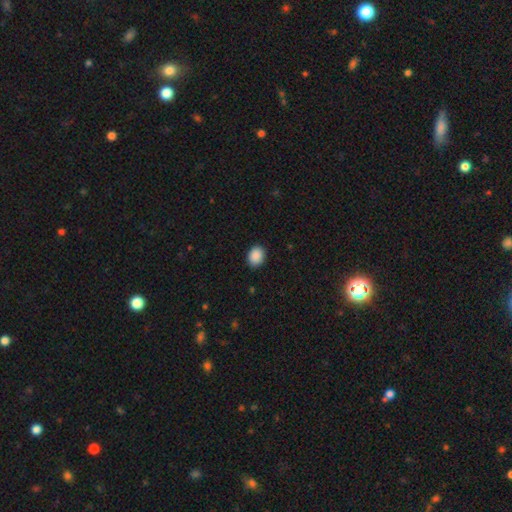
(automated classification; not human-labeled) smooth-or-featured: smooth: 90% | star or artifact: 8% | featured or disk: 2%
  how-rounded: in between: 55% | round: 44% | cigar-shaped: 1%
  merging: none: 89% | minor disturbance: 8% | major disturbance: 2% | merger: 1%